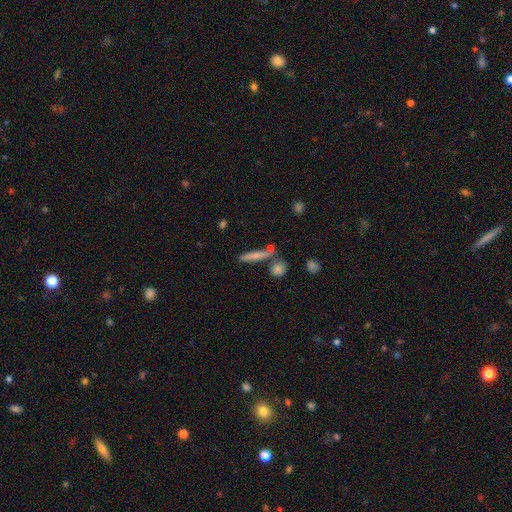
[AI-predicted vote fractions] smooth-or-featured: smooth: 69% | featured or disk: 24% | star or artifact: 8%
  how-rounded: cigar-shaped: 87% | in between: 10% | round: 3%
  merging: none: 71% | merger: 14% | minor disturbance: 11% | major disturbance: 4%